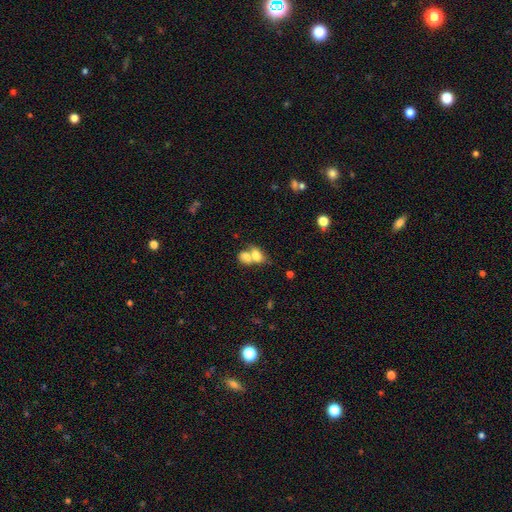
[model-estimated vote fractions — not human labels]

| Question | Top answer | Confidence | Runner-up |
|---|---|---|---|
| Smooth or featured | smooth | 74% | featured or disk (17%) |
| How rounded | in between | 77% | round (20%) |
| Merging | merger | 69% | none (20%) |